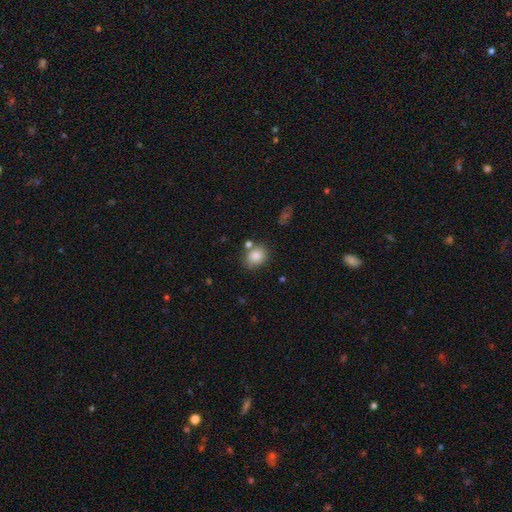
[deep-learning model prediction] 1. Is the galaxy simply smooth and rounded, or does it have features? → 85% smooth, 9% star or artifact, 6% featured or disk.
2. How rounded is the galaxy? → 60% round, 39% in between, 1% cigar-shaped.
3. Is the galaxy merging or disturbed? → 72% none, 14% minor disturbance, 11% merger, 4% major disturbance.